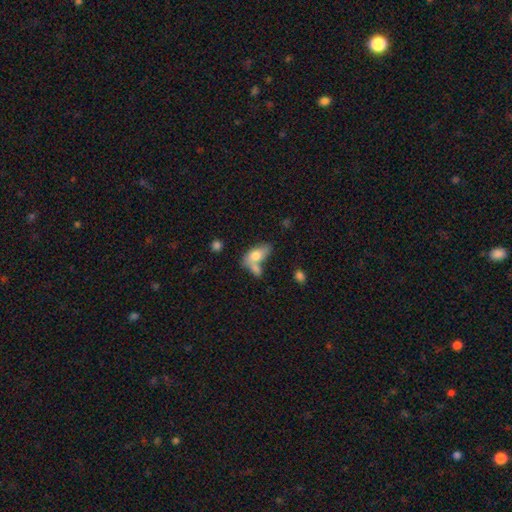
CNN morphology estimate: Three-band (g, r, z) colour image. It shows a smooth galaxy with no disk features (72%) that is in between round and cigar-shaped (87%). Merging: merger (43%).